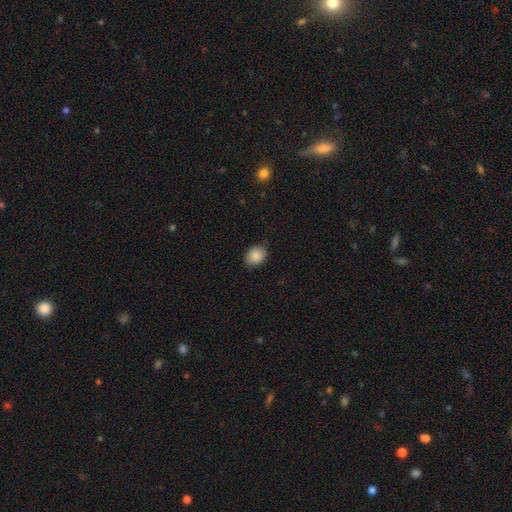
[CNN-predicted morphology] type=smooth (87%); roundness=in between (67%); merging=none (85%).